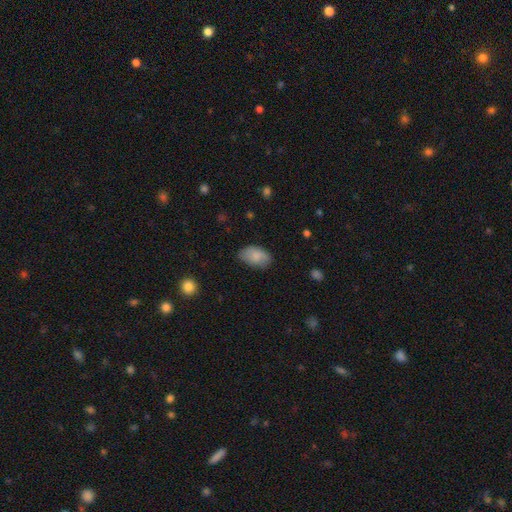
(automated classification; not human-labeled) smooth 84%, featured or disk 9%, star or artifact 7%. Down the decision tree: how rounded — in between (93%); merging — none (74%).